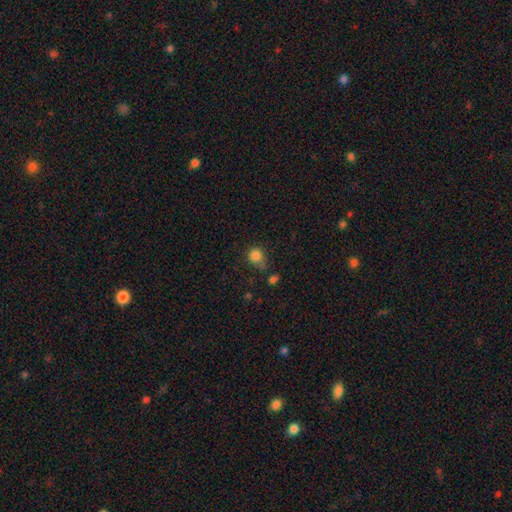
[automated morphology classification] Smooth or featured? smooth (83%)
How rounded? round (79%)
Merging? none (51%)